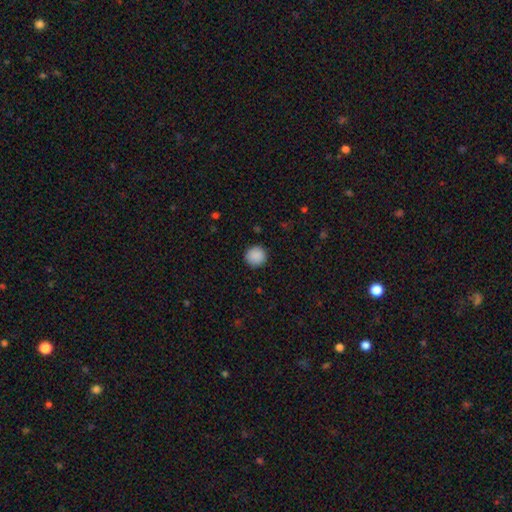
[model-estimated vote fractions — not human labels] Smooth or featured?
  - smooth: 89% *
  - star or artifact: 8%
  - featured or disk: 2%
How rounded?
  - round: 94% *
  - in between: 5%
  - cigar-shaped: 1%
Merging?
  - none: 91% *
  - minor disturbance: 6%
  - major disturbance: 2%
  - merger: 1%